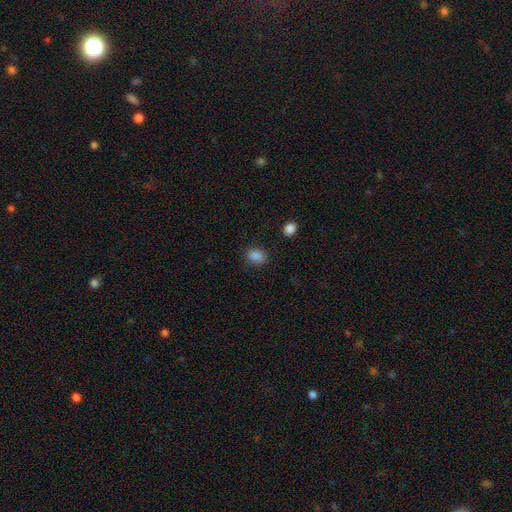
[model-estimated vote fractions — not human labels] Smooth or featured?
  - smooth: 86% *
  - star or artifact: 11%
  - featured or disk: 3%
How rounded?
  - in between: 57% *
  - round: 41%
  - cigar-shaped: 1%
Merging?
  - none: 79% *
  - minor disturbance: 15%
  - major disturbance: 4%
  - merger: 3%